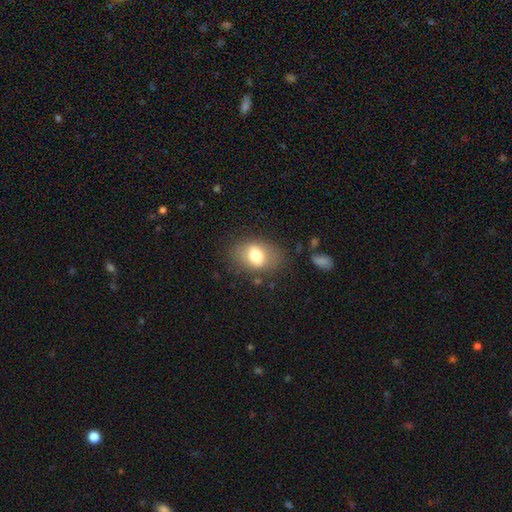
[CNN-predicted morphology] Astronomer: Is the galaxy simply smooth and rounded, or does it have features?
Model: smooth — 72%.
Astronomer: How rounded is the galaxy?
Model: in between — 77%.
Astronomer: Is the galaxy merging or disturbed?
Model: none — 74%.